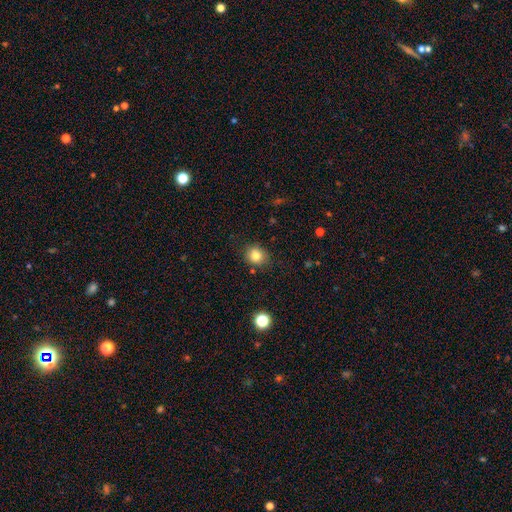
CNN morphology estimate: Smooth or featured? Predicted: smooth (p=0.81). How rounded? Predicted: round (p=0.75). Merging? Predicted: none (p=0.84).